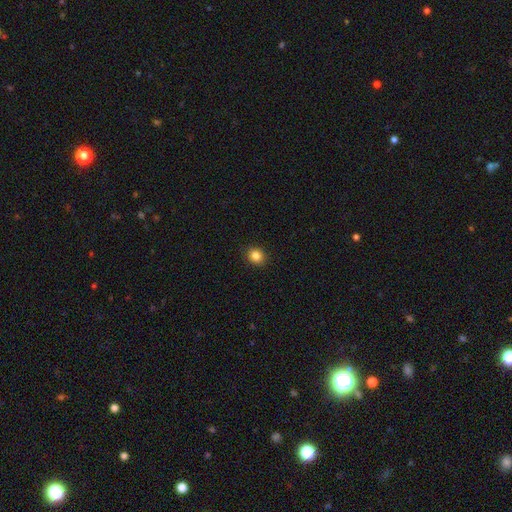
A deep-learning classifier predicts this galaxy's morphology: smooth 85%, star or artifact 11%, featured or disk 4%. Down the decision tree: how rounded — round (67%); merging — none (91%).